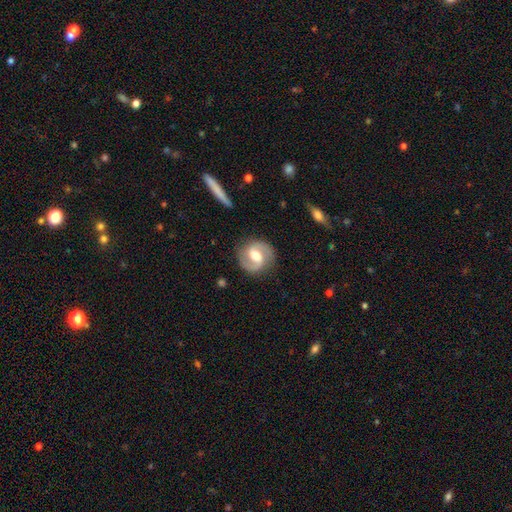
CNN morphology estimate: type=featured or disk (85%); edge-on=no (98%); bar=weak (51%); spiral arms=yes (96%); winding=medium (56%); arm count=2 (92%); bulge=moderate (70%); merging=none (85%).